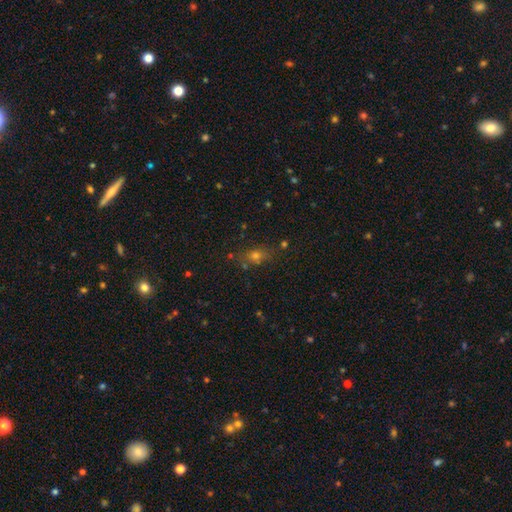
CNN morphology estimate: This appears to be a smooth galaxy with no disk features (55%) that is in between round and cigar-shaped (49%). Merging: none (76%).